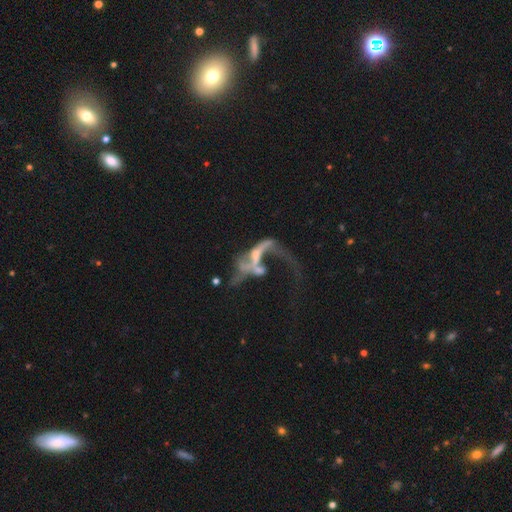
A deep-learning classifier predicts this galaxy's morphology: smooth_or_featured: featured or disk (p=0.74) [alt: smooth p=0.13]
disk_edge_on: no (p=0.92) [alt: yes p=0.08]
bar: no (p=0.59) [alt: weak p=0.28]
has_spiral_arms: yes (p=0.58) [alt: no p=0.42]
bulge_size: none (p=0.38) [alt: small p=0.35]
merging: merger (p=0.39) [alt: major disturbance p=0.38]